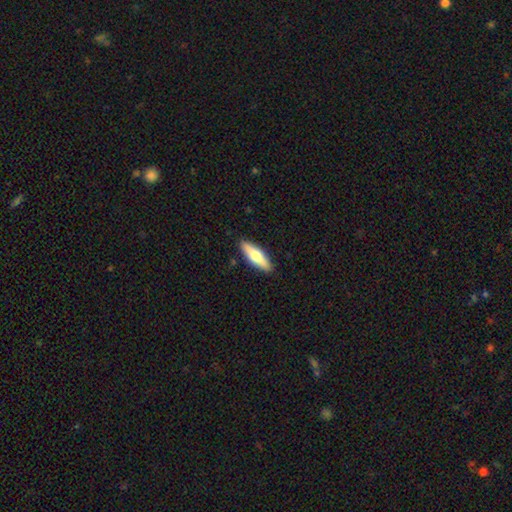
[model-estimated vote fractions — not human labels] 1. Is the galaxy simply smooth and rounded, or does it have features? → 59% smooth, 36% featured or disk, 5% star or artifact.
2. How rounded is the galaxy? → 55% cigar-shaped, 43% in between, 2% round.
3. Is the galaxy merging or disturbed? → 90% none, 7% minor disturbance, 2% major disturbance, 1% merger.